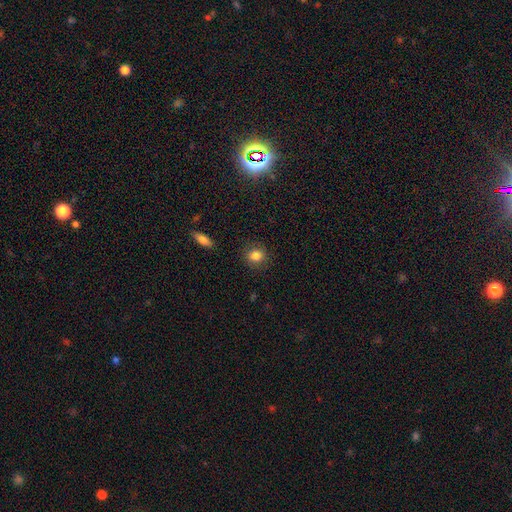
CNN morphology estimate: Smooth or featured: smooth — 84% (star or artifact — 10%)
How rounded: round — 75% (in between — 24%)
Merging: none — 86% (minor disturbance — 10%)